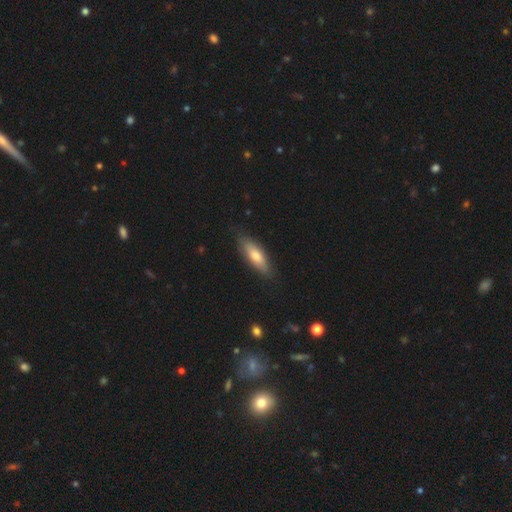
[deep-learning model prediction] A smooth galaxy with no disk features (70%) that is in between round and cigar-shaped (56%).

Vote fractions:
- Smooth or featured? smooth: 70% / featured or disk: 25% / star or artifact: 6%
- How rounded? in between: 56% / cigar-shaped: 42% / round: 2%
- Merging? none: 83% / minor disturbance: 14% / major disturbance: 2% / merger: 1%